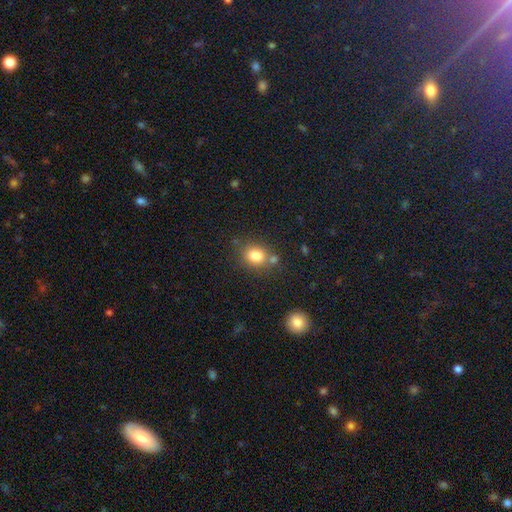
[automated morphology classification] Smooth or featured: smooth — 81% (star or artifact — 11%)
How rounded: round — 59% (in between — 40%)
Merging: none — 68% (merger — 15%)